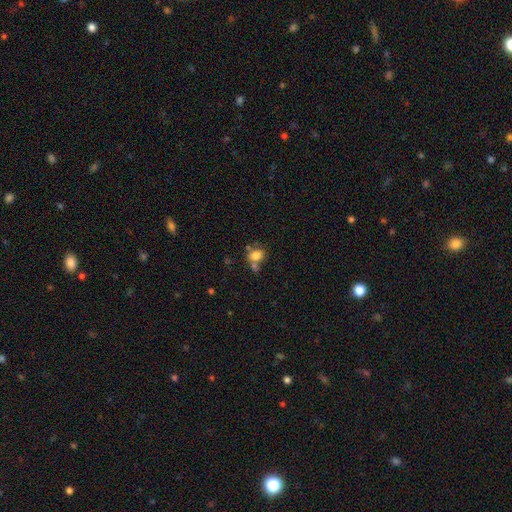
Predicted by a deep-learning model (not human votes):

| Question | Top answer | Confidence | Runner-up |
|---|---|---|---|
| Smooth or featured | smooth | 78% | star or artifact (11%) |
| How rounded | in between | 59% | round (40%) |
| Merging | none | 44% | merger (32%) |